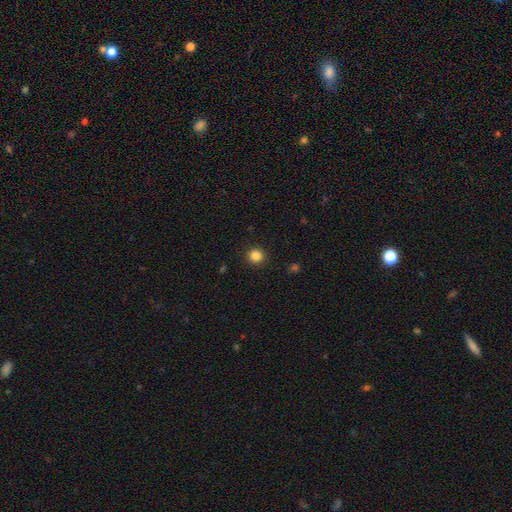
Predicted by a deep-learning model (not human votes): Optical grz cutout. It shows a smooth galaxy with no disk features (85%) that is round (92%). Merging: none (92%).